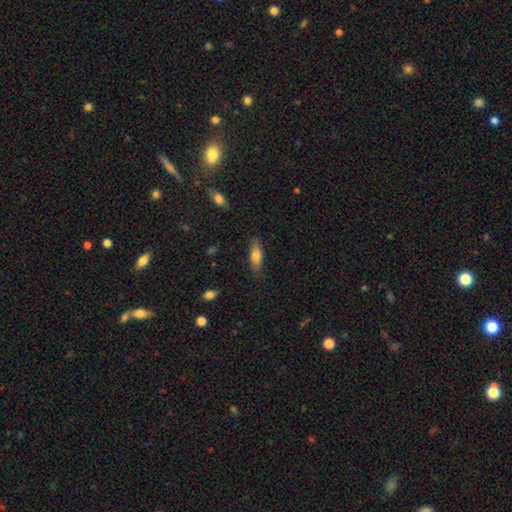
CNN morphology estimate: Overall: smooth (72%). How rounded: in between (57%; cigar-shaped 41%). Merging: none (80%).